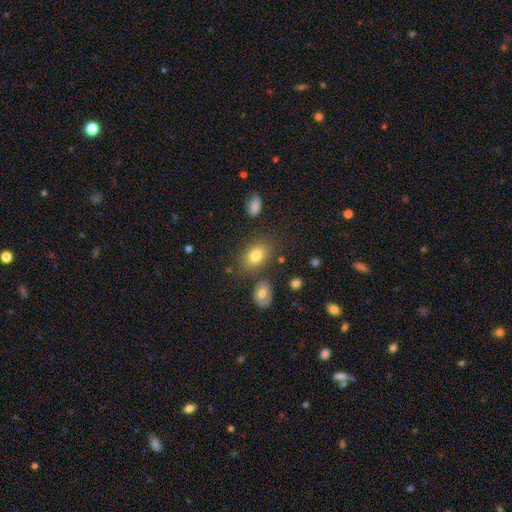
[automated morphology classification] type=smooth (78%); roundness=in between (80%); merging=none (73%).